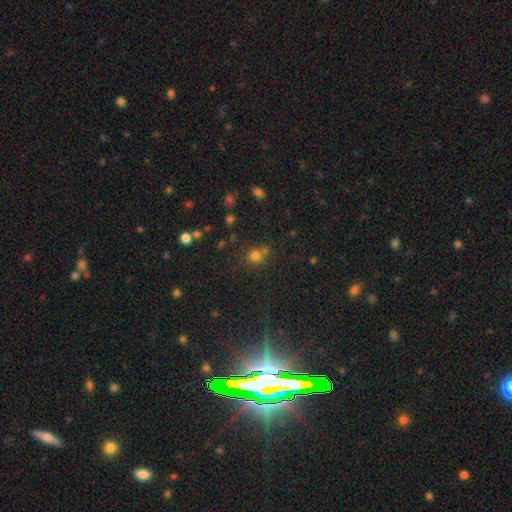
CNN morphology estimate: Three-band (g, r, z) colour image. It shows a smooth galaxy with no disk features (71%) that is round (83%). Merging: none (62%).